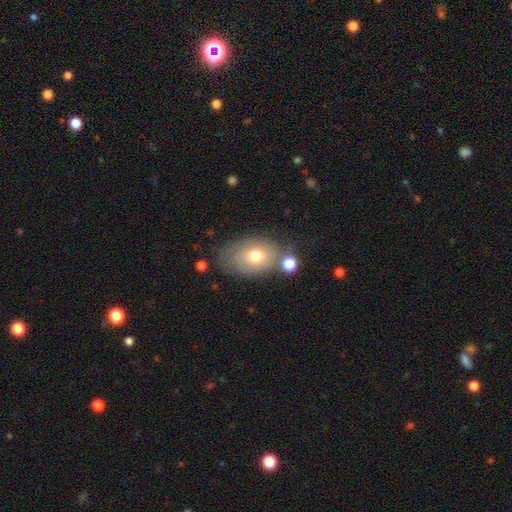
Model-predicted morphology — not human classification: Q: Smooth or featured?
A: smooth (61%); runner-up: featured or disk (30%)
Q: How rounded?
A: in between (83%); runner-up: round (16%)
Q: Merging?
A: none (60%); runner-up: minor disturbance (21%)